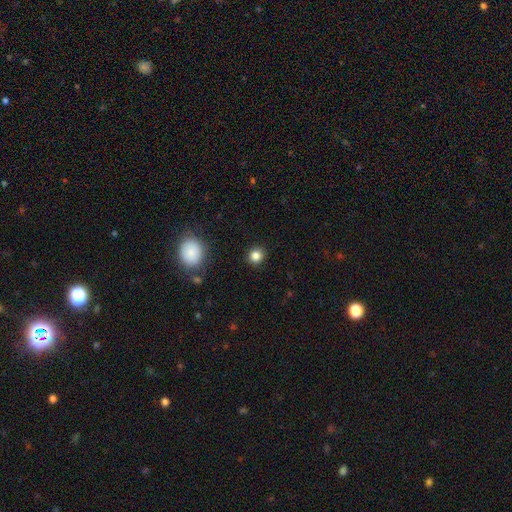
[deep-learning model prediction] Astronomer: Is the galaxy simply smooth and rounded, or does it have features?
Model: smooth — 84%.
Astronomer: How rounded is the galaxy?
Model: round — 87%.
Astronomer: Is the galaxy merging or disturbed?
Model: none — 91%.